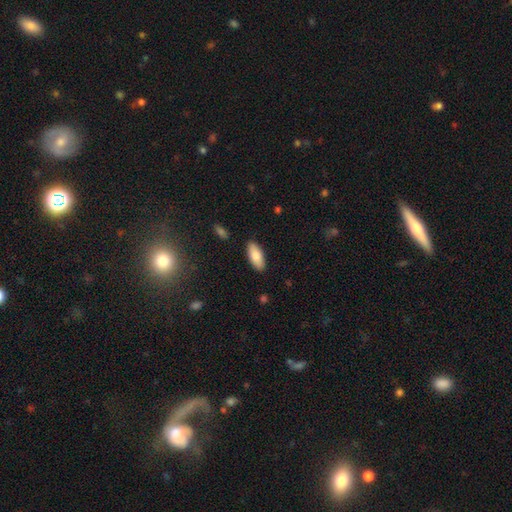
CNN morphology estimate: Q: Smooth or featured?
A: smooth (84%); runner-up: featured or disk (10%)
Q: How rounded?
A: in between (83%); runner-up: cigar-shaped (15%)
Q: Merging?
A: none (88%); runner-up: minor disturbance (9%)